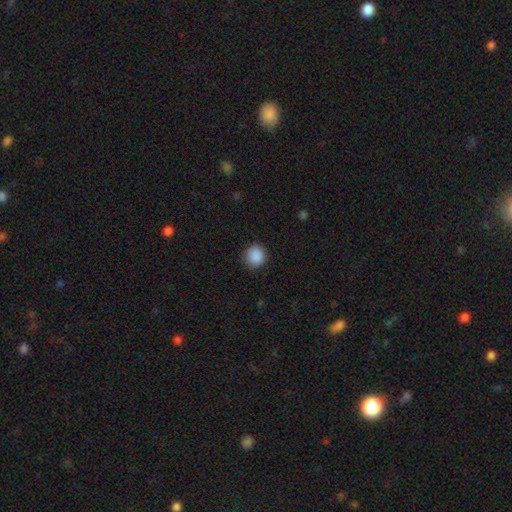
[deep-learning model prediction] smooth_or_featured: smooth (p=0.89) [alt: star or artifact p=0.09]
how_rounded: round (p=0.90) [alt: in between p=0.09]
merging: none (p=0.89) [alt: minor disturbance p=0.08]